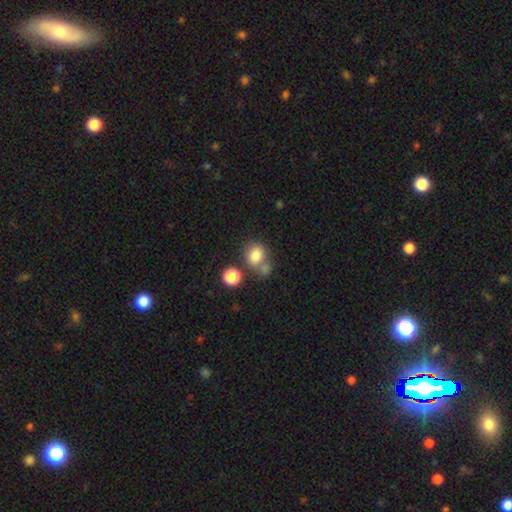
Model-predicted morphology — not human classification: A smooth galaxy with no disk features (80%) that is round (64%).

Vote fractions:
- Smooth or featured? smooth: 80% / star or artifact: 11% / featured or disk: 9%
- How rounded? round: 64% / in between: 35% / cigar-shaped: 1%
- Merging? none: 50% / merger: 31% / minor disturbance: 13% / major disturbance: 6%